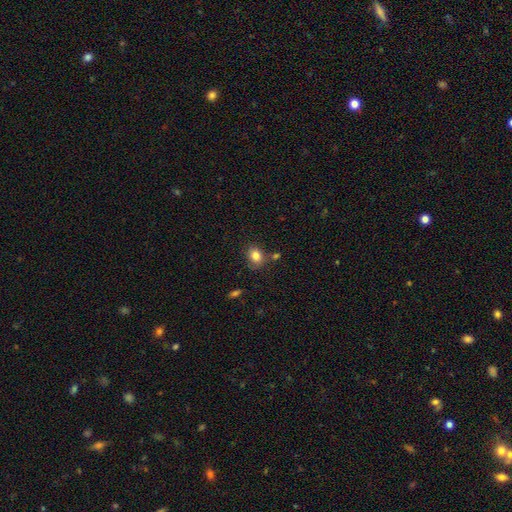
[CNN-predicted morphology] The model was most divided on "how rounded": in between: 51%, round: 48%, cigar-shaped: 1%. More confident: smooth or featured — smooth (82%); merging — none (73%).